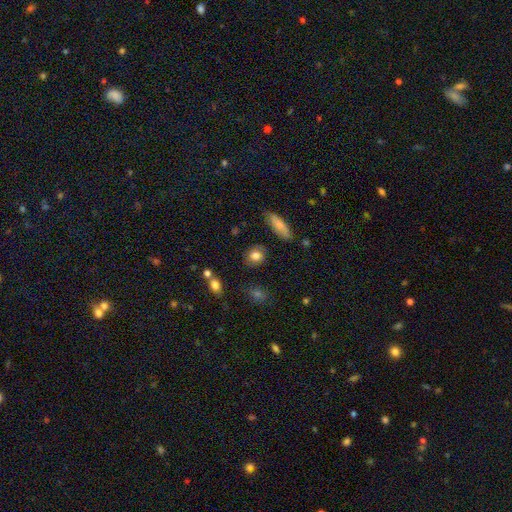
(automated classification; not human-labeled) This appears to be a smooth galaxy with no disk features (79%) that is round (69%). Merging: none (82%).